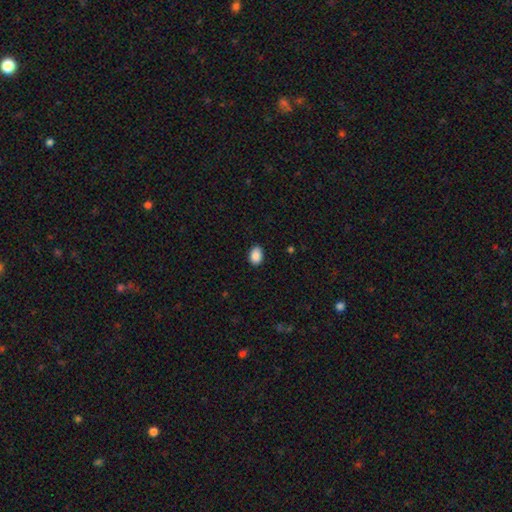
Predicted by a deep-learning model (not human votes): Smooth or featured: smooth — 90% (star or artifact — 8%)
How rounded: in between — 81% (round — 18%)
Merging: none — 87% (minor disturbance — 10%)